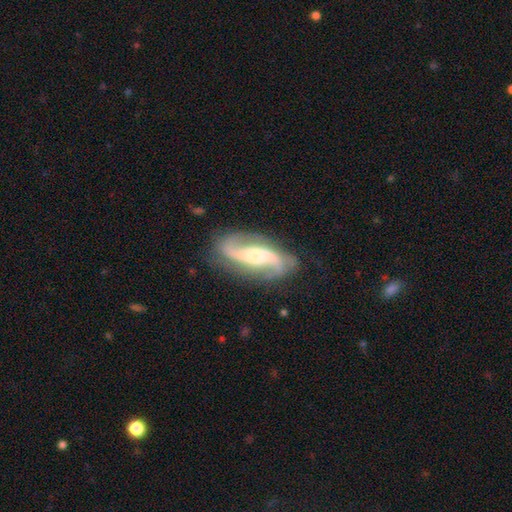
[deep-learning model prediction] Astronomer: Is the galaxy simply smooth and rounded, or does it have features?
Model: featured or disk — 87%.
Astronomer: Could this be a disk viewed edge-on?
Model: no — 95%.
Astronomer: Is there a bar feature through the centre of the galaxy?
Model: weak — 36% (runner-up: no, 33%).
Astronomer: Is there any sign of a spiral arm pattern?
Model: yes — 97%.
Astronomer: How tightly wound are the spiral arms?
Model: loose — 51% (runner-up: medium, 38%).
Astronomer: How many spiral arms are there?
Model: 2 — 93%.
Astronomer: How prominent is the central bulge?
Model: moderate — 46% (runner-up: small, 35%).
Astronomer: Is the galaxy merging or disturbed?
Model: none — 79%.